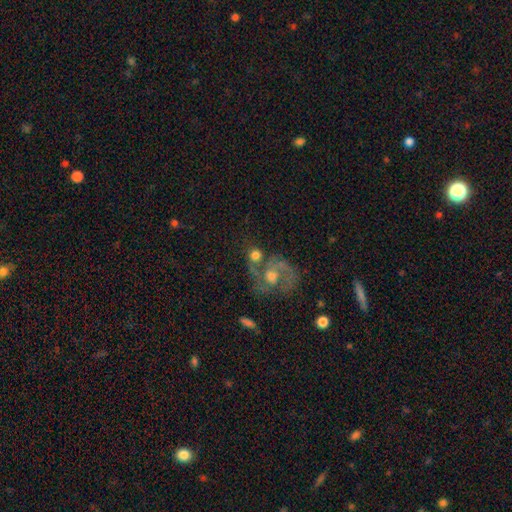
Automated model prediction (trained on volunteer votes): smooth_or_featured: smooth (p=0.50) [alt: featured or disk p=0.40]
merging: none (p=0.42) [alt: merger p=0.34]